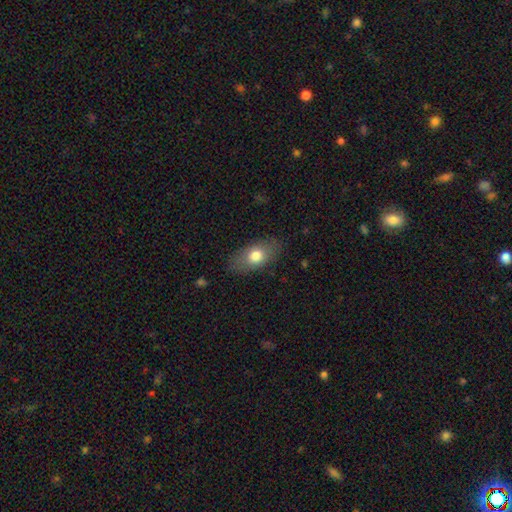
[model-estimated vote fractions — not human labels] Smooth or featured? smooth (74%)
How rounded? in between (86%)
Merging? none (82%)